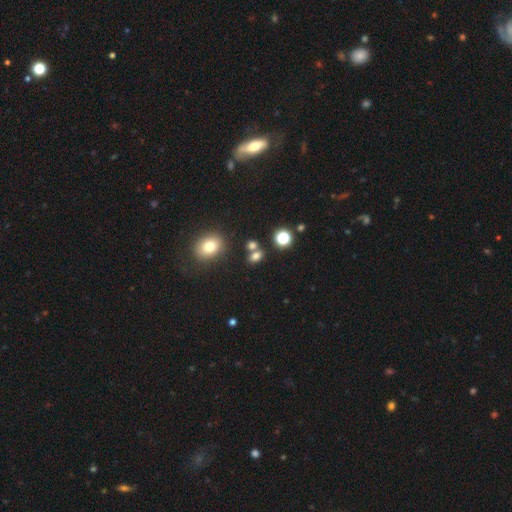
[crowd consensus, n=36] smooth 81%, featured or disk 11%, star or artifact 8%. Down the decision tree: how rounded — in between (69%); merging — none (61%).